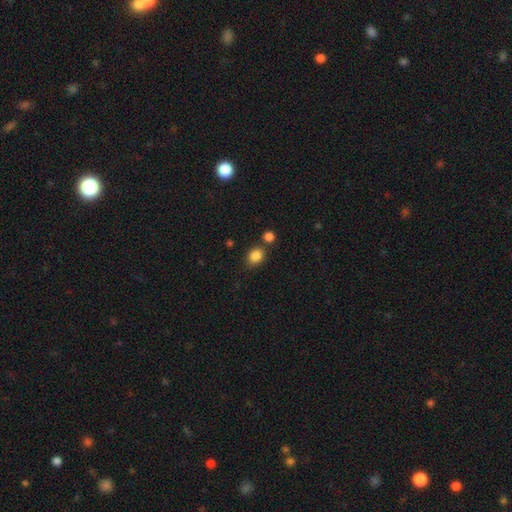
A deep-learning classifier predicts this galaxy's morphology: smooth-or-featured: smooth: 85% | star or artifact: 10% | featured or disk: 5%
  how-rounded: in between: 50% | round: 49% | cigar-shaped: 1%
  merging: none: 70% | merger: 14% | minor disturbance: 12% | major disturbance: 3%